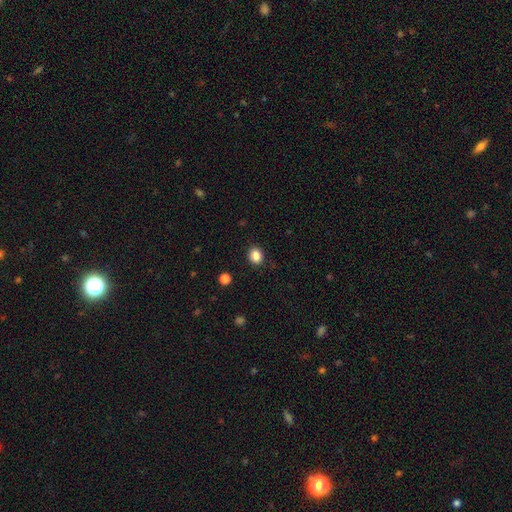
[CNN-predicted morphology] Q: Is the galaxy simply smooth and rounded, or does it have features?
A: smooth — 86%.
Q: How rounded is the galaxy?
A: round — 61%.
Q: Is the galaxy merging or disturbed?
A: none — 90%.